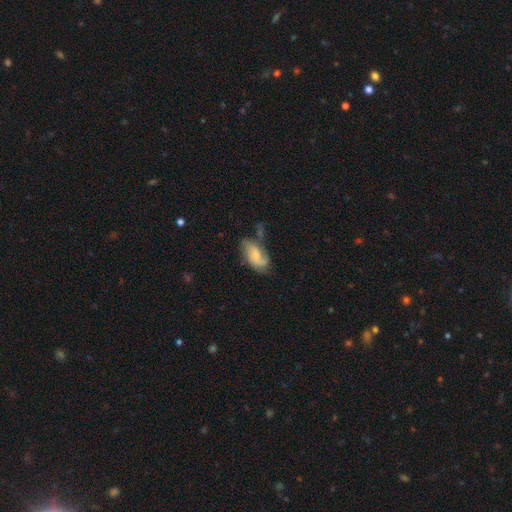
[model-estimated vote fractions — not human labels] This appears to be a featured or disk galaxy (53%) with no bar (59%), spiral arms (84%) and a small central bulge (49%). Merging: none (42%).